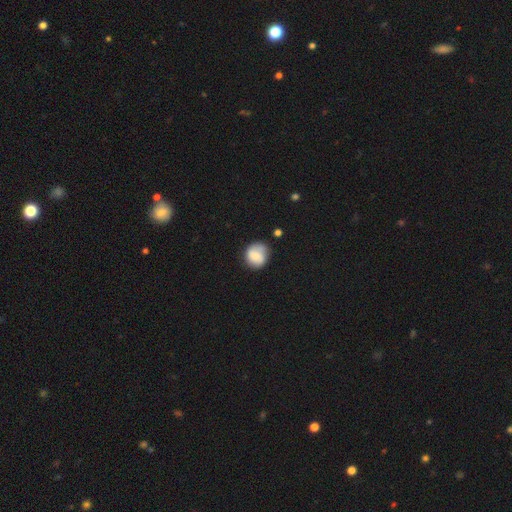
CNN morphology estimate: A smooth galaxy with no disk features (60%) that is round (81%).

Vote fractions:
- Smooth or featured? smooth: 60% / featured or disk: 32% / star or artifact: 8%
- How rounded? round: 81% / in between: 19% / cigar-shaped: 1%
- Merging? none: 65% / minor disturbance: 24% / major disturbance: 7% / merger: 4%